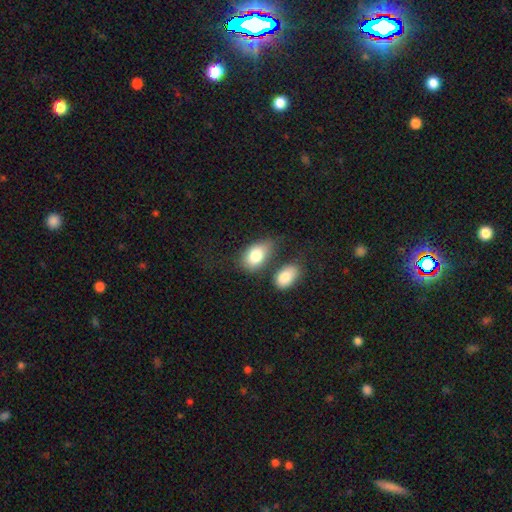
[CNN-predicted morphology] A smooth galaxy with no disk features (79%) that is in between round and cigar-shaped (86%).

Vote fractions:
- Smooth or featured? smooth: 79% / featured or disk: 13% / star or artifact: 7%
- How rounded? in between: 86% / round: 12% / cigar-shaped: 2%
- Merging? none: 49% / minor disturbance: 22% / merger: 19% / major disturbance: 9%